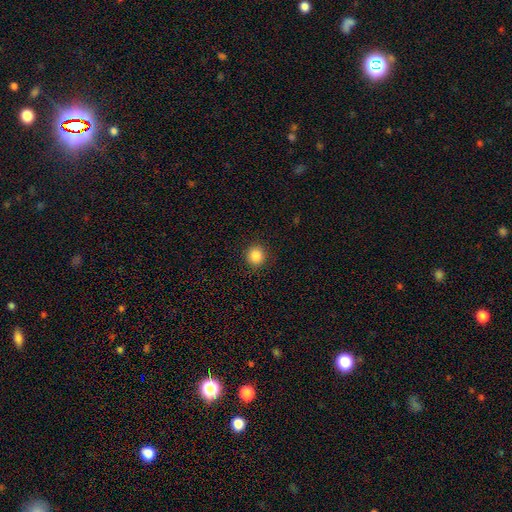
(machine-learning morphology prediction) A smooth galaxy with no disk features (85%) that is round (94%). Merging: none (92%).